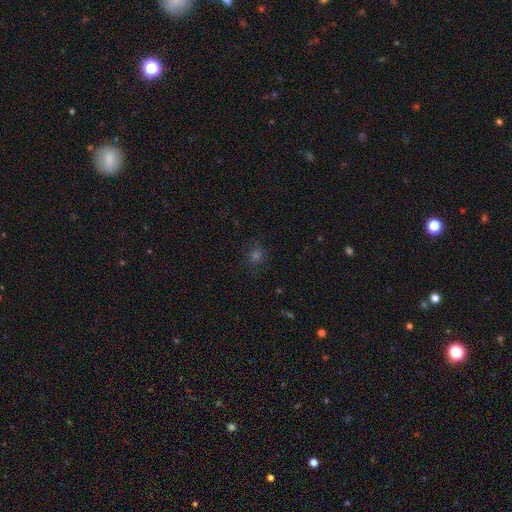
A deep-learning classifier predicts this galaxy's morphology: smooth-or-featured: smooth: 52% | star or artifact: 36% | featured or disk: 12%
  how-rounded: round: 82% | in between: 16% | cigar-shaped: 1%
  merging: none: 83% | minor disturbance: 11% | major disturbance: 4% | merger: 1%